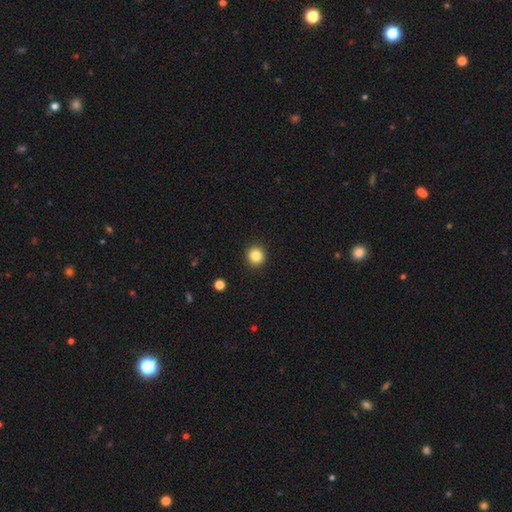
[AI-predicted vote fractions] A smooth galaxy with no disk features (85%) that is round (93%).

Vote fractions:
- Smooth or featured? smooth: 85% / star or artifact: 11% / featured or disk: 4%
- How rounded? round: 93% / in between: 6% / cigar-shaped: 1%
- Merging? none: 93% / minor disturbance: 5% / major disturbance: 2% / merger: 1%